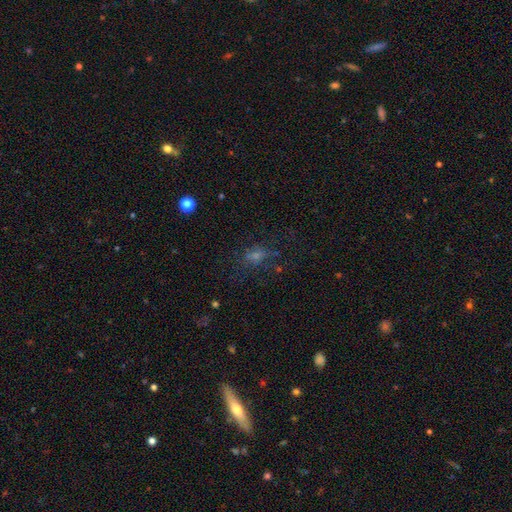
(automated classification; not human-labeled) smooth_or_featured: smooth (p=0.42) [alt: star or artifact p=0.35]
merging: none (p=0.59) [alt: major disturbance p=0.19]